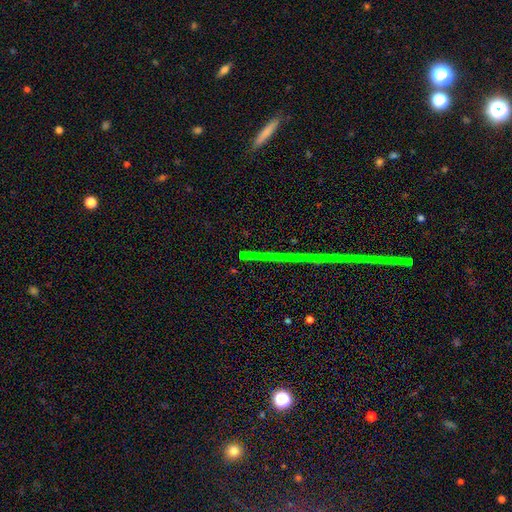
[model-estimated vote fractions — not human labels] Morphology: type=star or artifact (82%).